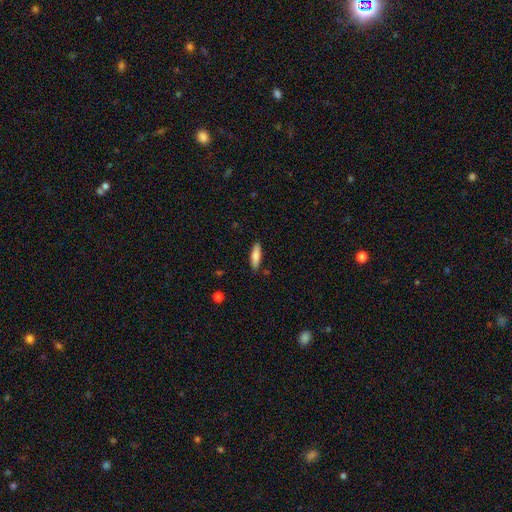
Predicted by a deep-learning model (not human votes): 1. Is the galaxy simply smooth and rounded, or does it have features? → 79% smooth, 15% featured or disk, 6% star or artifact.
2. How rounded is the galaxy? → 62% cigar-shaped, 37% in between, 2% round.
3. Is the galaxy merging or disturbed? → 87% none, 10% minor disturbance, 2% major disturbance, 2% merger.